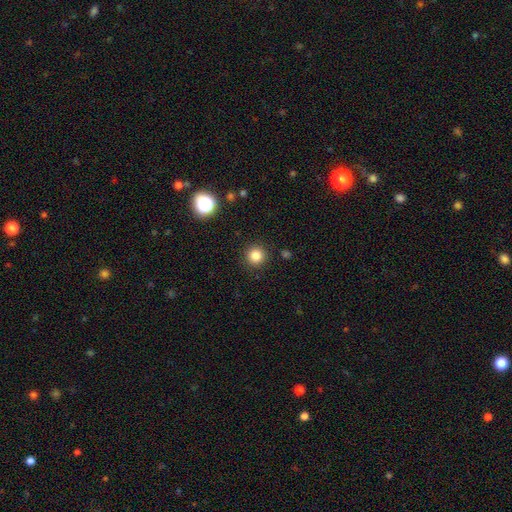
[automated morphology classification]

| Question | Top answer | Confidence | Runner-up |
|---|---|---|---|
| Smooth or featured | smooth | 83% | star or artifact (12%) |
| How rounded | round | 95% | in between (5%) |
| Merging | none | 91% | minor disturbance (6%) |